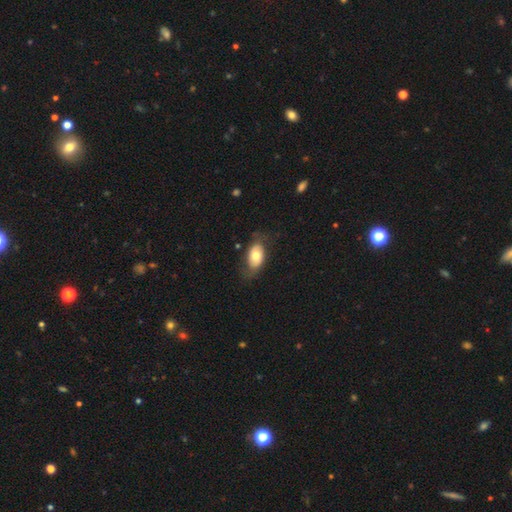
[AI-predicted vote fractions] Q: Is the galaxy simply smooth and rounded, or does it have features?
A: smooth — 66%.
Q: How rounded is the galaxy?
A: in between — 90%.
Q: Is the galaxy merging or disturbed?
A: none — 67%.